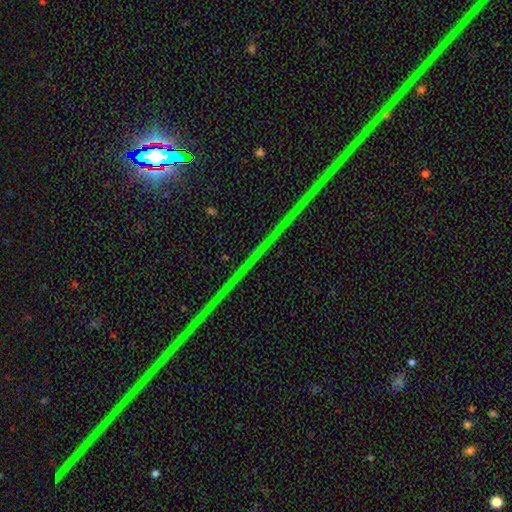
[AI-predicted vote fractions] The model was most divided on "smooth or featured": star or artifact: 85%, featured or disk: 10%, smooth: 5%.